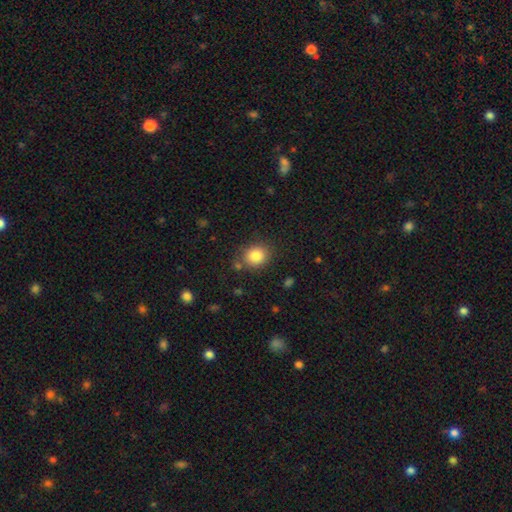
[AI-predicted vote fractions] smooth-or-featured: smooth: 84% | star or artifact: 10% | featured or disk: 6%
  how-rounded: round: 70% | in between: 29% | cigar-shaped: 1%
  merging: none: 81% | minor disturbance: 12% | merger: 4% | major disturbance: 4%